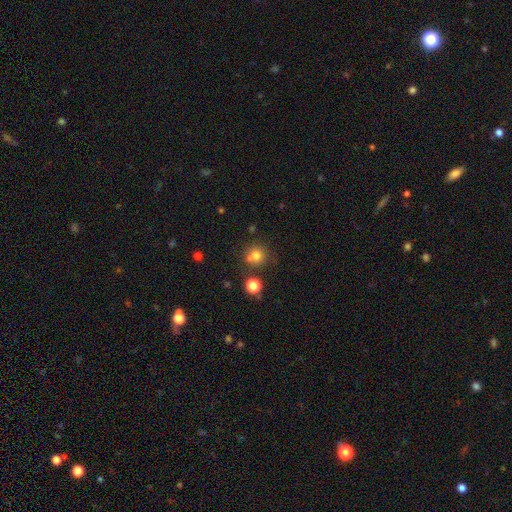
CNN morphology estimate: type=smooth (76%); roundness=round (90%); merging=none (65%).